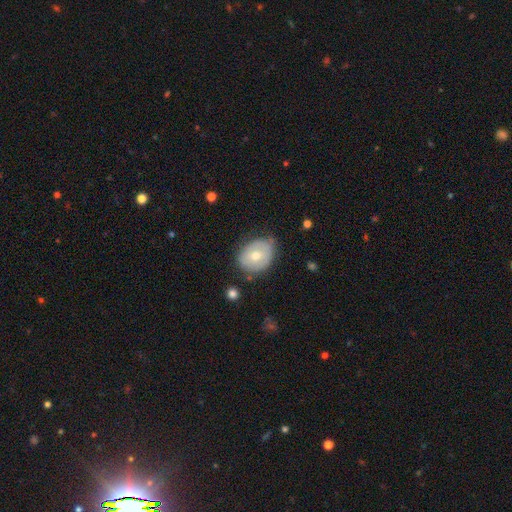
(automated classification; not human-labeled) The model was most divided on "smooth or featured": smooth: 55%, featured or disk: 37%, star or artifact: 8%. More confident: merging — none (65%); how rounded — in between (59%).